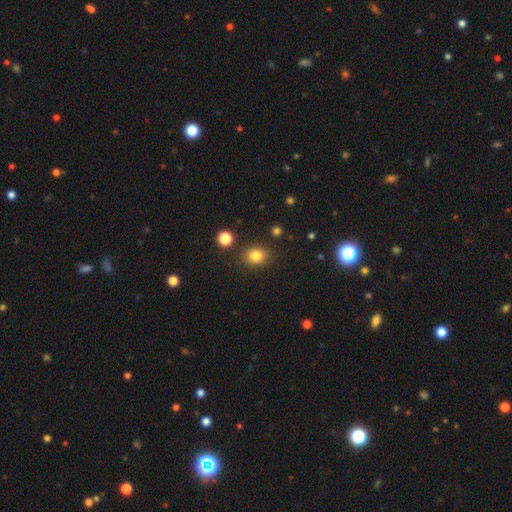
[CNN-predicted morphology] This is clearly a smooth galaxy (83%). How rounded: likely round (68%). Merging: clearly none (86%).